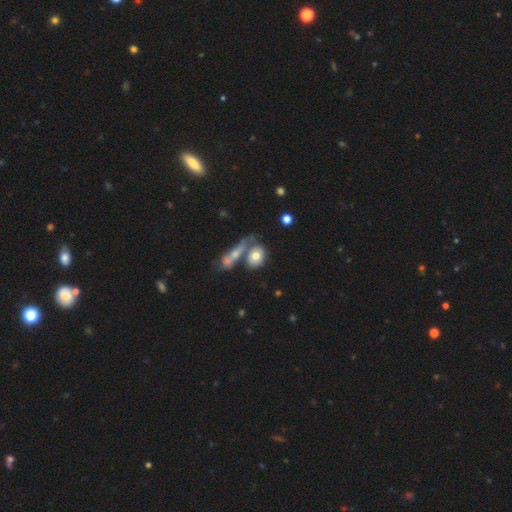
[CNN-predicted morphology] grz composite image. It shows a smooth galaxy with no disk features (71%) that is in between round and cigar-shaped (68%). Merging: none (42%).